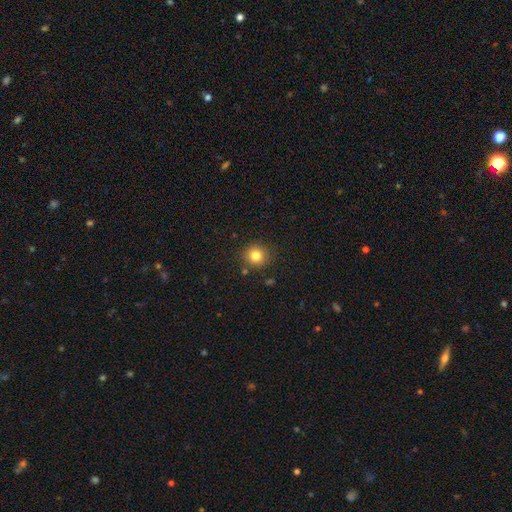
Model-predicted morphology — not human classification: smooth-or-featured: smooth: 81% | star or artifact: 12% | featured or disk: 7%
  how-rounded: round: 91% | in between: 9% | cigar-shaped: 1%
  merging: none: 86% | minor disturbance: 8% | merger: 3% | major disturbance: 3%